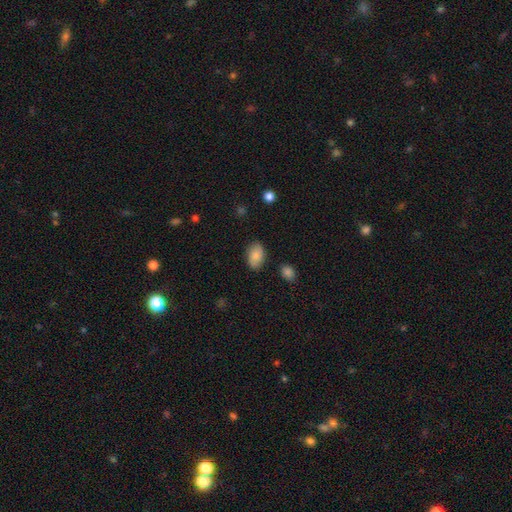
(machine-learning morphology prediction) A smooth galaxy with no disk features (84%) that is in between round and cigar-shaped (91%). Merging: none (83%).